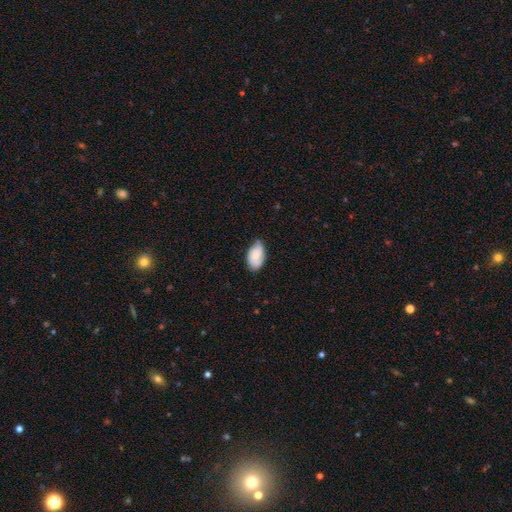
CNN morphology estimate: This appears to be a smooth galaxy with no disk features (69%) that is in between round and cigar-shaped (93%). Merging: none (60%).